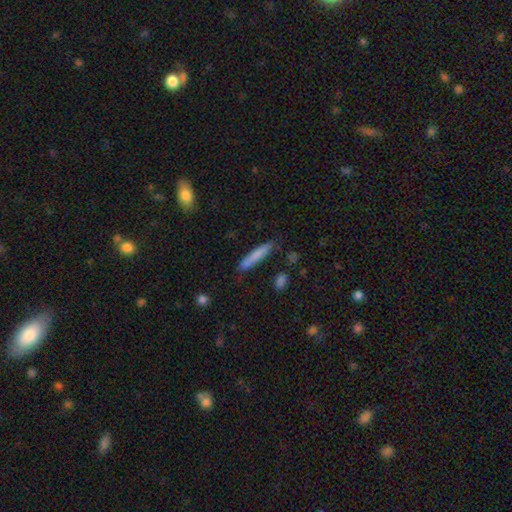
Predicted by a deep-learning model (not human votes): This is likely a smooth galaxy (77%). How rounded: clearly cigar-shaped (92%). Merging: clearly none (80%).